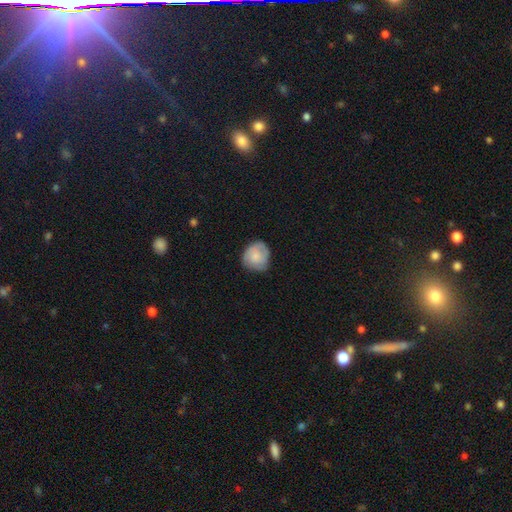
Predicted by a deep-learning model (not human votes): Q: Smooth or featured?
A: smooth (66%); runner-up: featured or disk (27%)
Q: How rounded?
A: round (78%); runner-up: in between (21%)
Q: Merging?
A: none (68%); runner-up: minor disturbance (25%)